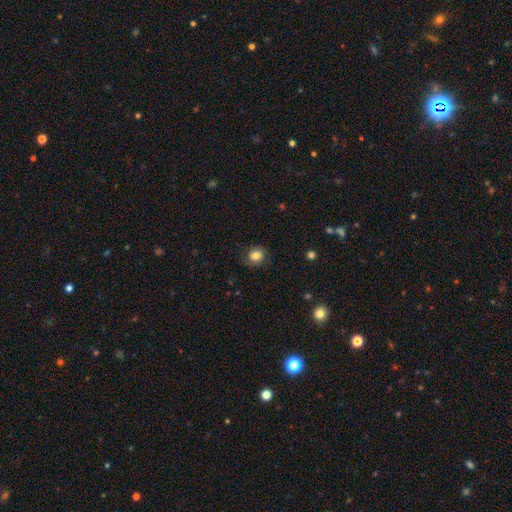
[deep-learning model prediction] Smooth or featured: smooth — 67% (featured or disk — 23%)
How rounded: round — 75% (in between — 24%)
Merging: none — 73% (minor disturbance — 18%)